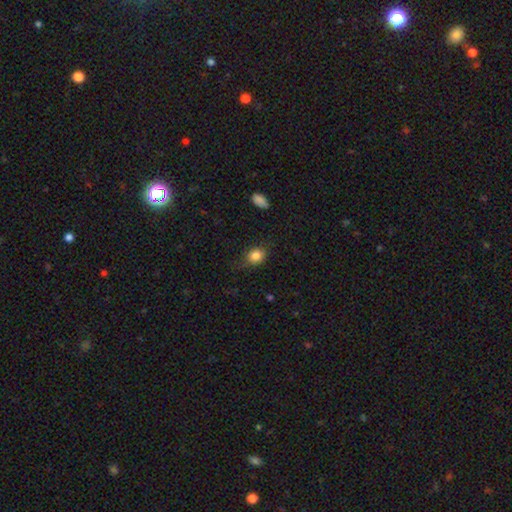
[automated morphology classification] Smooth or featured? smooth (83%)
How rounded? round (58%)
Merging? none (62%)